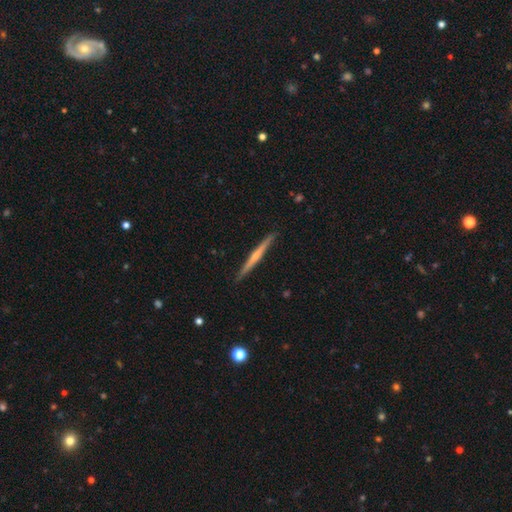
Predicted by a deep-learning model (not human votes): A featured or disk galaxy (63%) viewed edge-on (98%) with a rounded central bulge (51%). Merging: none (91%).